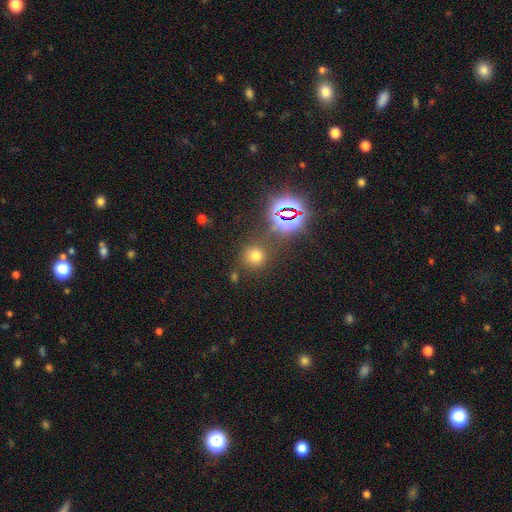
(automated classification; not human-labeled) Smooth or featured?
  - smooth: 64% *
  - star or artifact: 28%
  - featured or disk: 7%
How rounded?
  - round: 90% *
  - in between: 9%
  - cigar-shaped: 1%
Merging?
  - none: 76% *
  - minor disturbance: 10%
  - merger: 9%
  - major disturbance: 5%